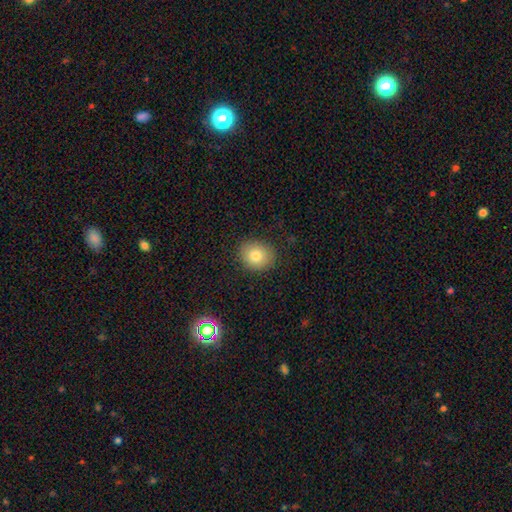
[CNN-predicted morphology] A smooth galaxy with no disk features (81%) that is round (66%).

Vote fractions:
- Smooth or featured? smooth: 81% / featured or disk: 10% / star or artifact: 10%
- How rounded? round: 66% / in between: 33% / cigar-shaped: 1%
- Merging? none: 88% / minor disturbance: 9% / major disturbance: 2% / merger: 1%